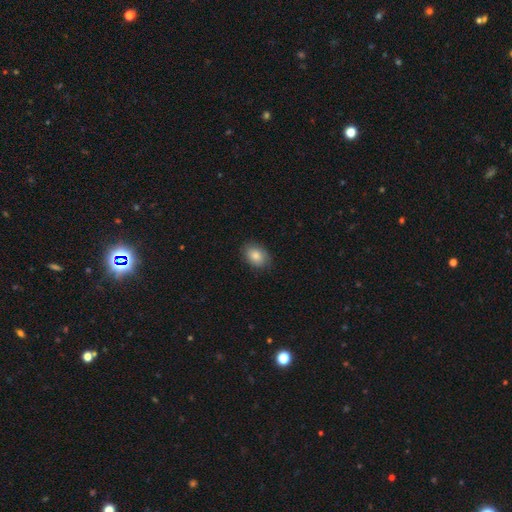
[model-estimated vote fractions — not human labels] Smooth or featured? Predicted: smooth (p=0.83). How rounded? Predicted: in between (p=0.79). Merging? Predicted: none (p=0.84).